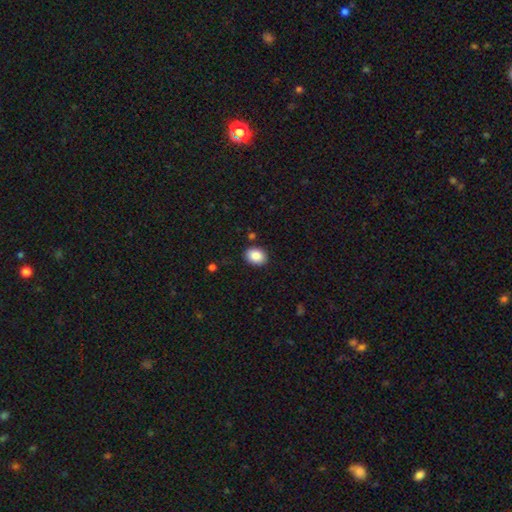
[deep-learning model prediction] smooth_or_featured: smooth (p=0.88) [alt: star or artifact p=0.08]
how_rounded: in between (p=0.64) [alt: round p=0.35]
merging: none (p=0.87) [alt: minor disturbance p=0.09]